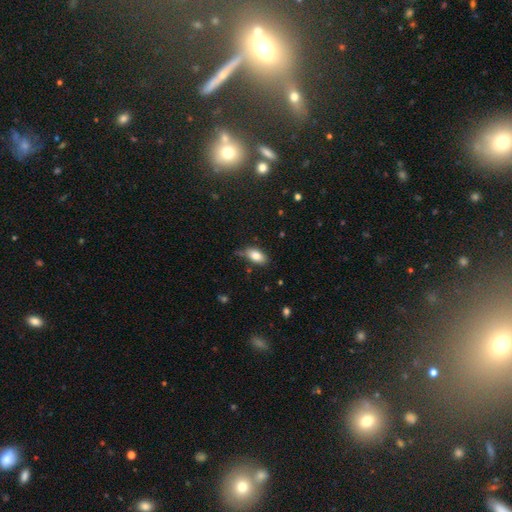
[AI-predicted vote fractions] Morphology: type=smooth (82%); roundness=in between (91%); merging=none (68%).